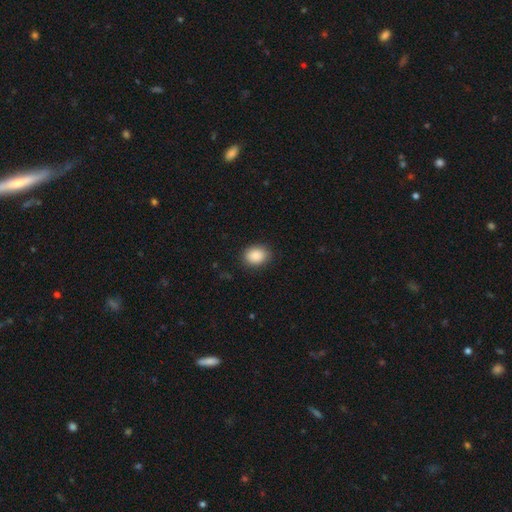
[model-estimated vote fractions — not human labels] smooth 88%, star or artifact 8%, featured or disk 4%. Down the decision tree: how rounded — in between (58%); merging — none (85%).